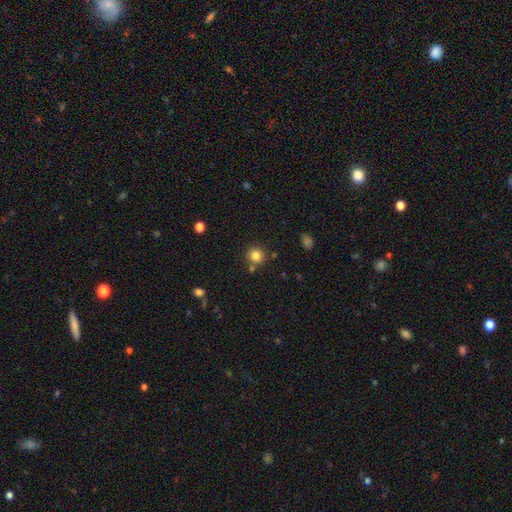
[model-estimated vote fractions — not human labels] This is clearly a smooth galaxy (82%). How rounded: clearly round (93%). Merging: clearly none (81%).